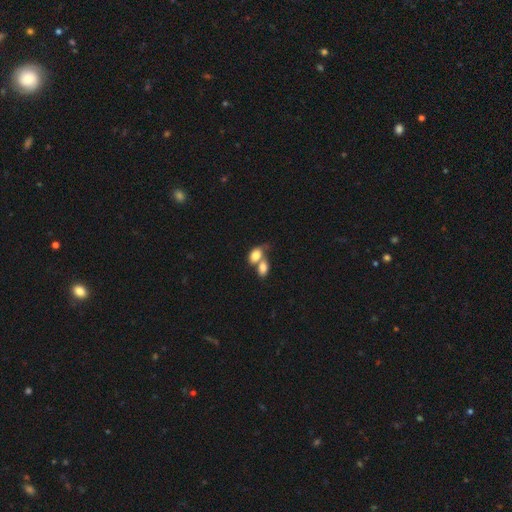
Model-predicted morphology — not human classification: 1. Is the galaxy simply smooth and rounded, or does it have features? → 80% smooth, 12% featured or disk, 8% star or artifact.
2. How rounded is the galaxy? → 84% in between, 14% round, 2% cigar-shaped.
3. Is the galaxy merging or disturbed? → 66% merger, 21% none, 8% minor disturbance, 5% major disturbance.